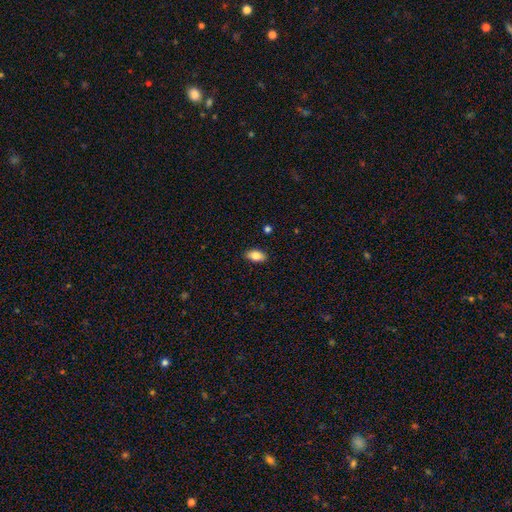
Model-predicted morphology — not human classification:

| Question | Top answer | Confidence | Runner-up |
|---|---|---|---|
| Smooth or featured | smooth | 84% | featured or disk (9%) |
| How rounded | in between | 92% | round (5%) |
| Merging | none | 88% | minor disturbance (9%) |